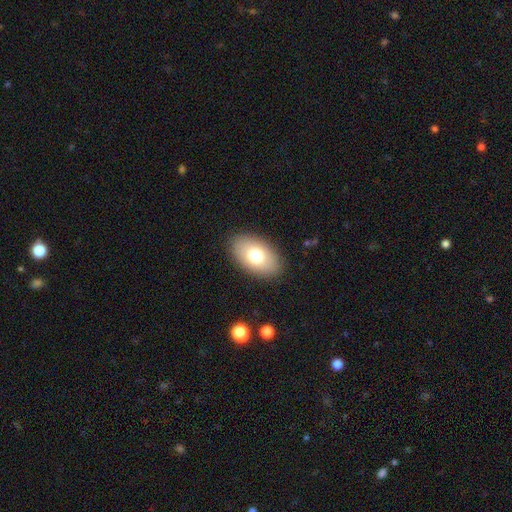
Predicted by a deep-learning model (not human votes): Q: Smooth or featured?
A: smooth (73%); runner-up: featured or disk (19%)
Q: How rounded?
A: in between (92%); runner-up: round (7%)
Q: Merging?
A: none (87%); runner-up: minor disturbance (9%)